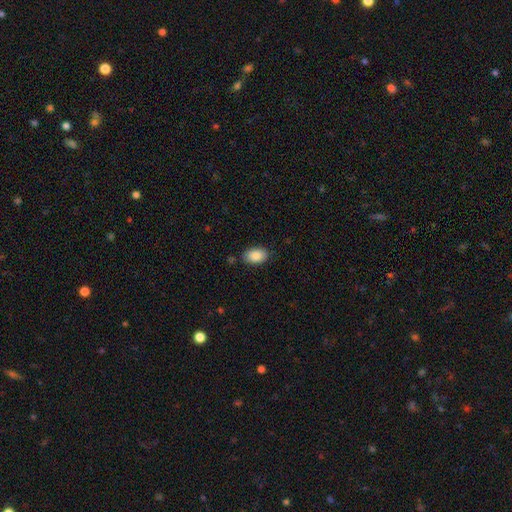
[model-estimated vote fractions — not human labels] This is clearly a smooth galaxy (87%). How rounded: clearly in between (90%). Merging: clearly none (83%).